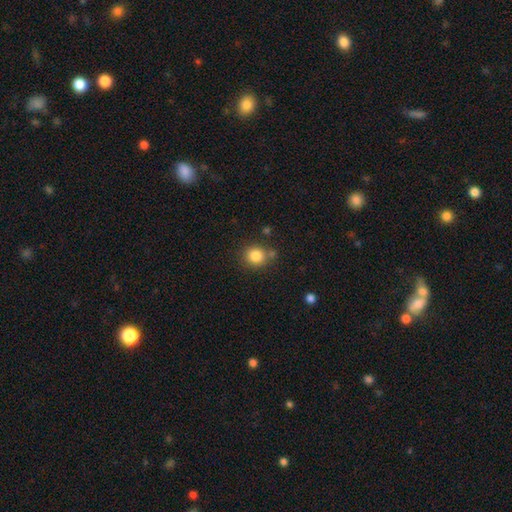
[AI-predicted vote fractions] This is clearly a smooth galaxy (83%). How rounded: clearly round (85%). Merging: likely none (76%).